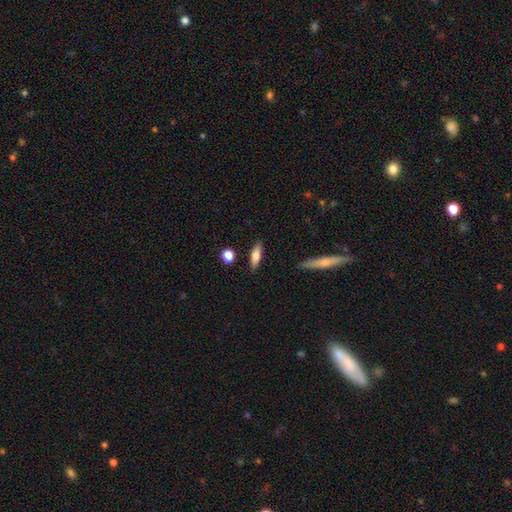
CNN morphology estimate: The model was most divided on "how rounded": cigar-shaped: 51%, in between: 46%, round: 3%. More confident: merging — none (84%); smooth or featured — smooth (70%).